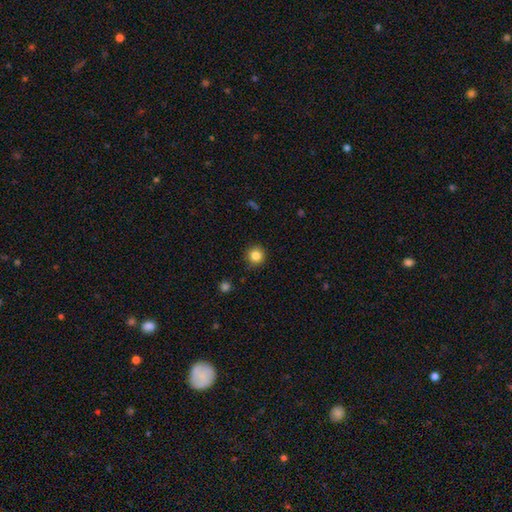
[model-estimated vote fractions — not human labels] Q: Smooth or featured?
A: smooth (84%); runner-up: star or artifact (11%)
Q: How rounded?
A: round (95%); runner-up: in between (4%)
Q: Merging?
A: none (91%); runner-up: minor disturbance (6%)